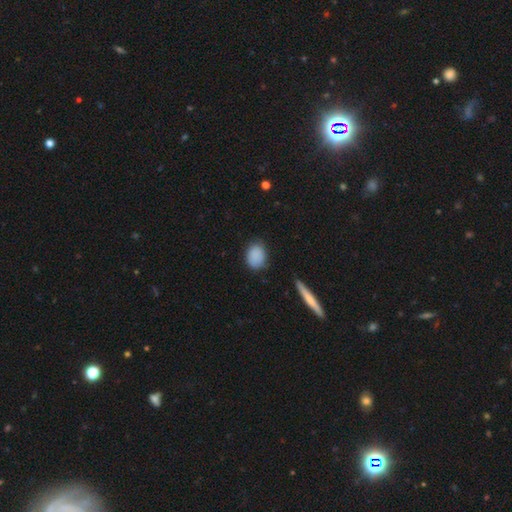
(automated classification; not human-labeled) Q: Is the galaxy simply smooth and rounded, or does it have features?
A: smooth — 87%.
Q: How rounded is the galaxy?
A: in between — 56%.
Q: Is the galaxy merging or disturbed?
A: none — 77%.